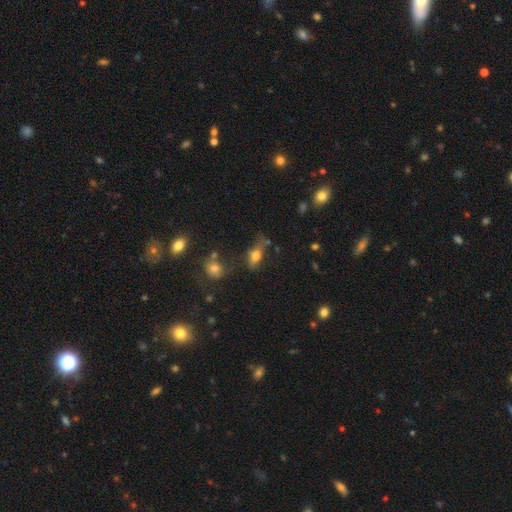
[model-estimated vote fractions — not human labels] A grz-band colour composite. It shows a smooth galaxy with no disk features (67%) that is in between round and cigar-shaped (76%). Merging: none (49%).